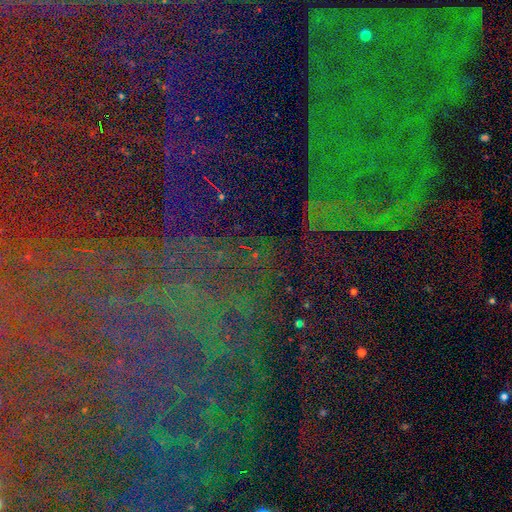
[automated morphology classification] Q: Smooth or featured?
A: star or artifact (83%); runner-up: smooth (9%)